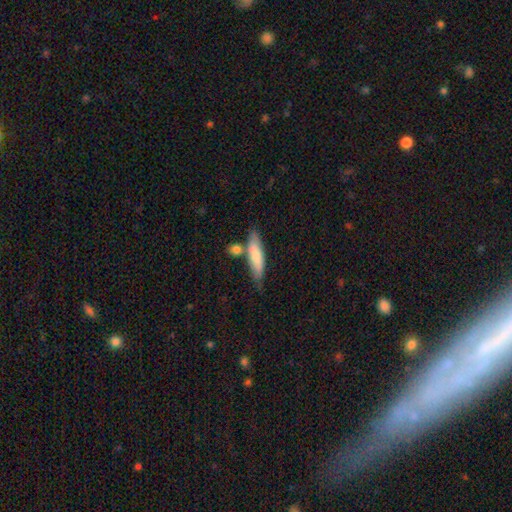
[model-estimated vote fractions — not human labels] This appears to be a smooth galaxy with no disk features (73%) that is cigar-shaped (67%). Merging: none (60%).